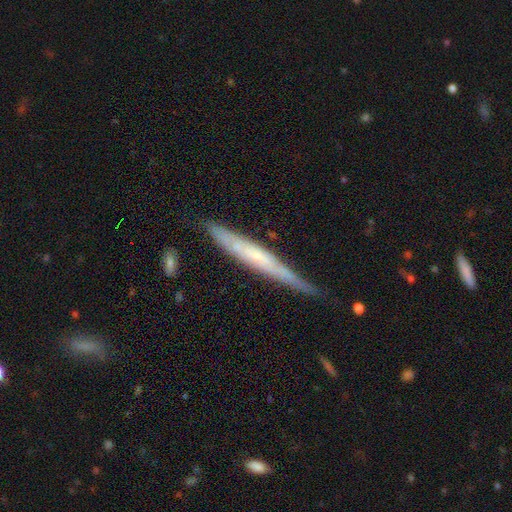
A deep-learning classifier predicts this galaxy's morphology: A featured or disk galaxy (62%) viewed edge-on (86%) with no central bulge (63%). Merging: none (72%).